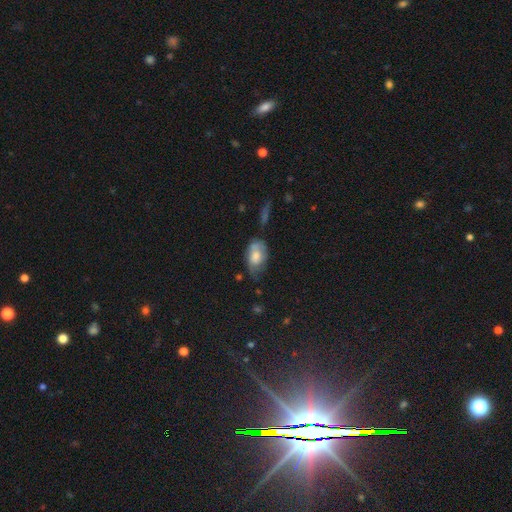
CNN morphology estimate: A smooth galaxy with no disk features (65%) that is in between round and cigar-shaped (90%). Merging: minor disturbance (40%).